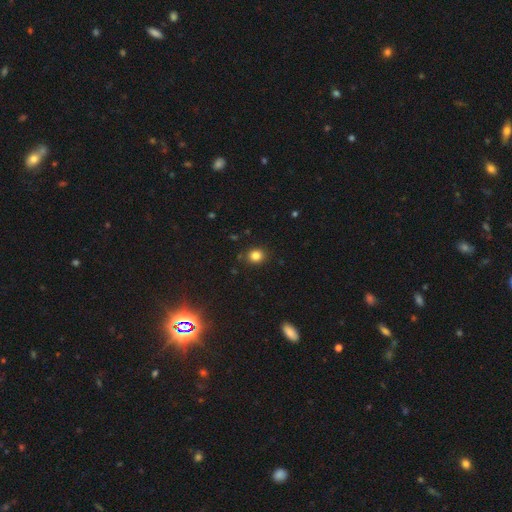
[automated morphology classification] Smooth or featured? smooth (82%)
How rounded? round (81%)
Merging? none (88%)